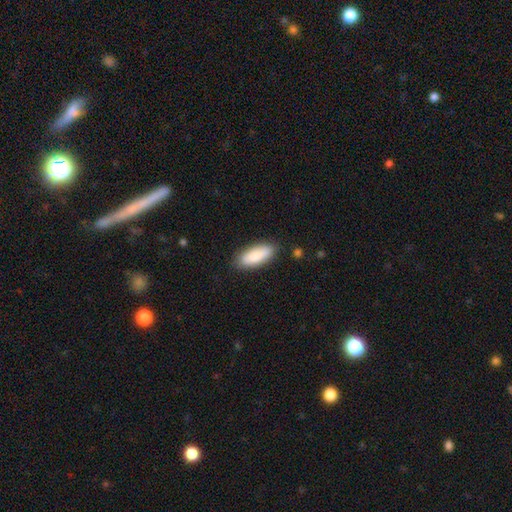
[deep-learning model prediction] Smooth or featured?
  - smooth: 85% *
  - featured or disk: 9%
  - star or artifact: 5%
How rounded?
  - in between: 75% *
  - cigar-shaped: 23%
  - round: 2%
Merging?
  - none: 85% *
  - minor disturbance: 11%
  - major disturbance: 2%
  - merger: 2%